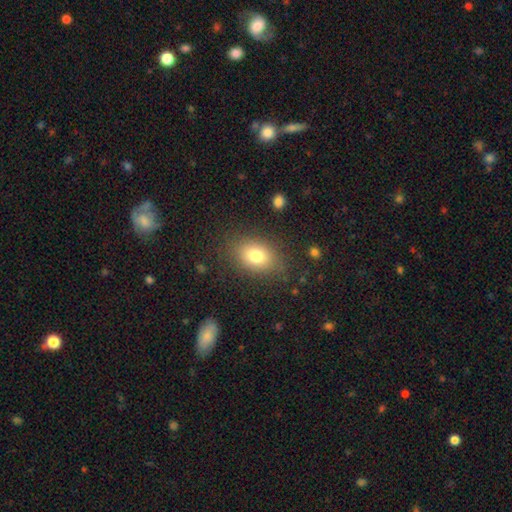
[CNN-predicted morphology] Smooth or featured? smooth (78%)
How rounded? in between (74%)
Merging? none (81%)